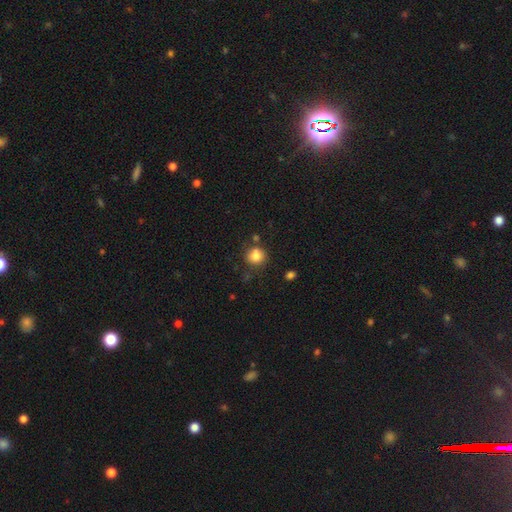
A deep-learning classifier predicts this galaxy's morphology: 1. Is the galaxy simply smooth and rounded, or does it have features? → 83% smooth, 11% star or artifact, 6% featured or disk.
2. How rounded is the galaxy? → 85% round, 14% in between, 1% cigar-shaped.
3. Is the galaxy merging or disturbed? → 71% none, 14% minor disturbance, 10% merger, 4% major disturbance.